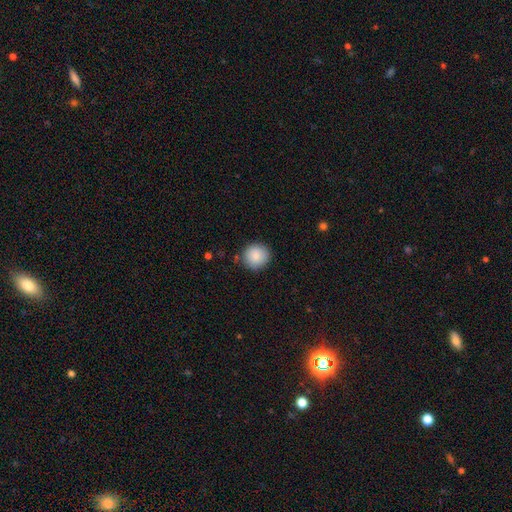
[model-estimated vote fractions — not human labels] Q: Smooth or featured?
A: smooth (88%); runner-up: star or artifact (7%)
Q: How rounded?
A: round (92%); runner-up: in between (7%)
Q: Merging?
A: none (87%); runner-up: minor disturbance (9%)